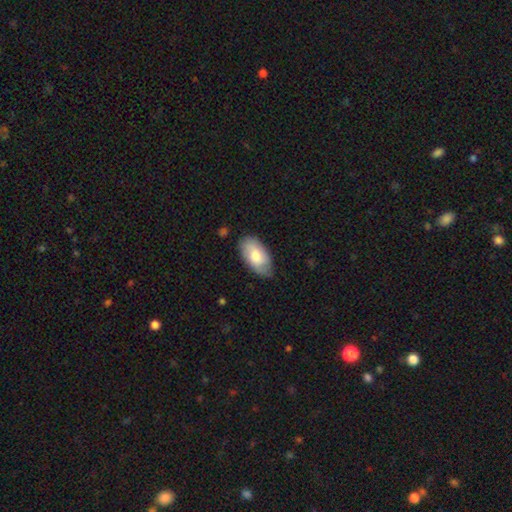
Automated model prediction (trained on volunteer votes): Smooth or featured? Predicted: smooth (p=0.68). How rounded? Predicted: in between (p=0.94). Merging? Predicted: none (p=0.76).